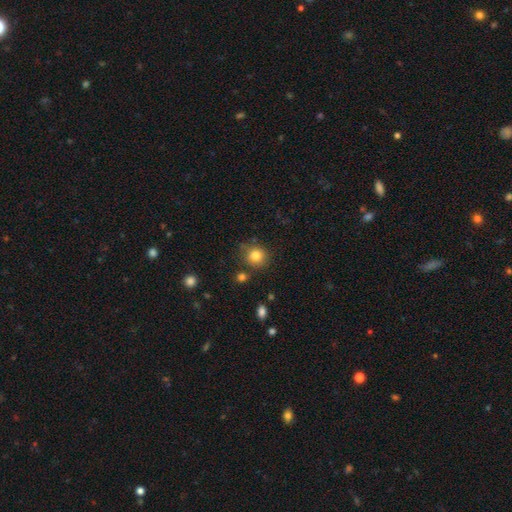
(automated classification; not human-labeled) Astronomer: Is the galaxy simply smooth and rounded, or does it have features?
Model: smooth — 82%.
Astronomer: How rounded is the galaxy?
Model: round — 86%.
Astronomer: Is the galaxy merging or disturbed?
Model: none — 77%.